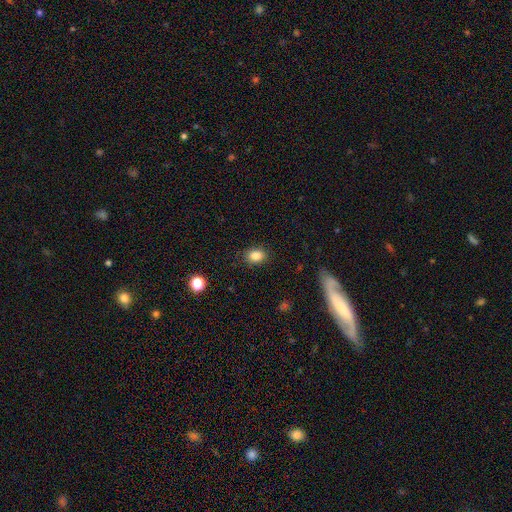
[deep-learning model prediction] Morphology: type=smooth (85%); roundness=in between (64%); merging=none (87%).